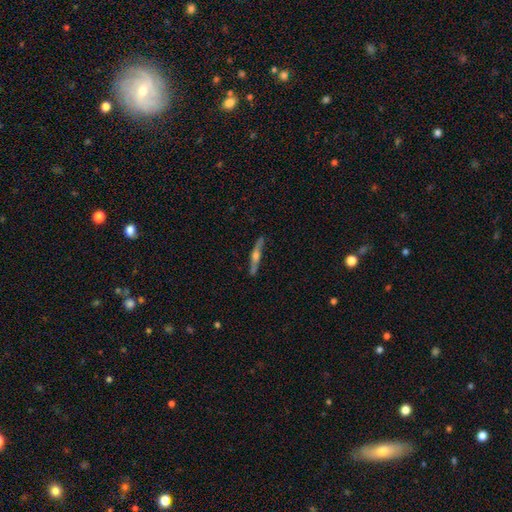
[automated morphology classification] This is likely a featured or disk galaxy (69%). It is clearly viewed edge-on (95%). Edge-on bulge: clearly rounded (90%). Merging: clearly none (85%).